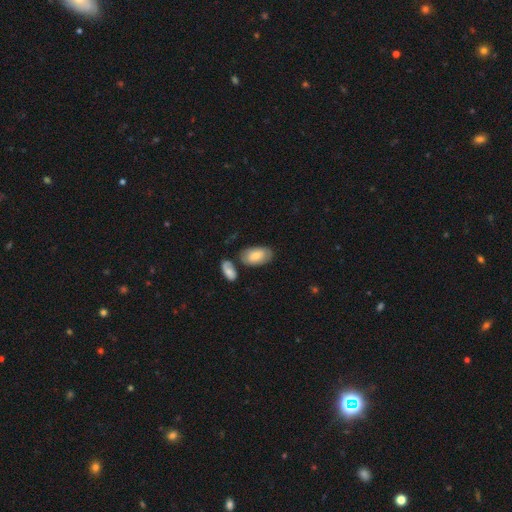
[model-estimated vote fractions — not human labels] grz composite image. It shows a smooth galaxy with no disk features (71%) that is in between round and cigar-shaped (93%). Merging: none (67%).